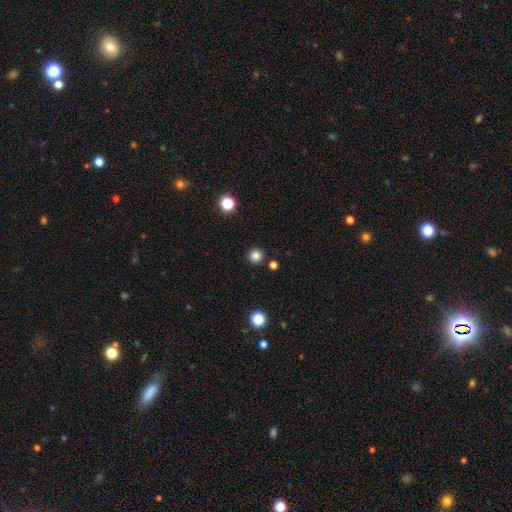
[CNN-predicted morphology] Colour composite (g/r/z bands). It shows a smooth galaxy with no disk features (83%) that is round (96%). Merging: none (91%).